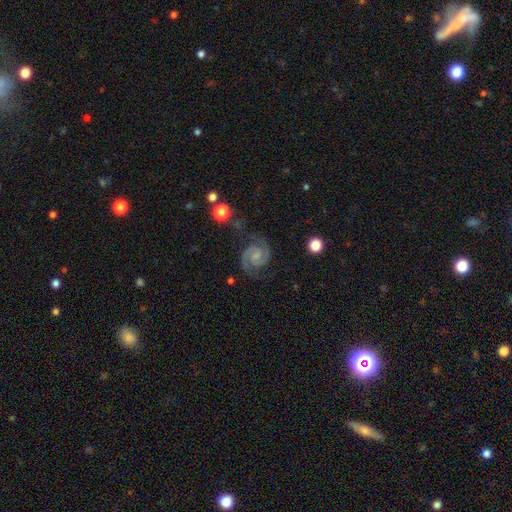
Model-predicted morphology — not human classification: Smooth or featured? featured or disk (88%)
Edge-on disk? no (98%)
Bar? no (47%)
Spiral arms? yes (98%)
Spiral winding? medium (51%)
Spiral arm count? 2 (93%)
Bulge size? small (38%)
Merging? none (73%)